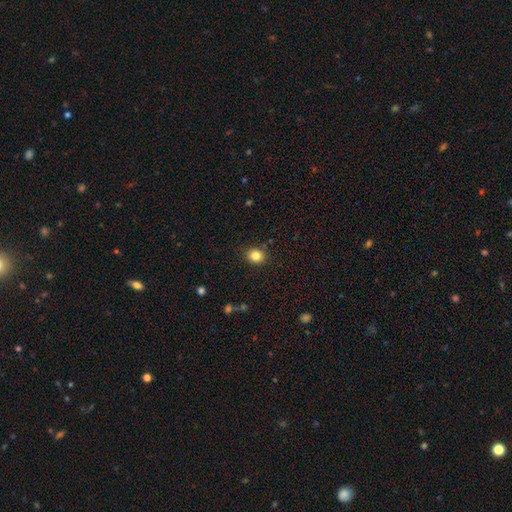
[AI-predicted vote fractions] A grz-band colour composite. It shows a smooth galaxy with no disk features (83%) that is round (68%). Merging: none (88%).